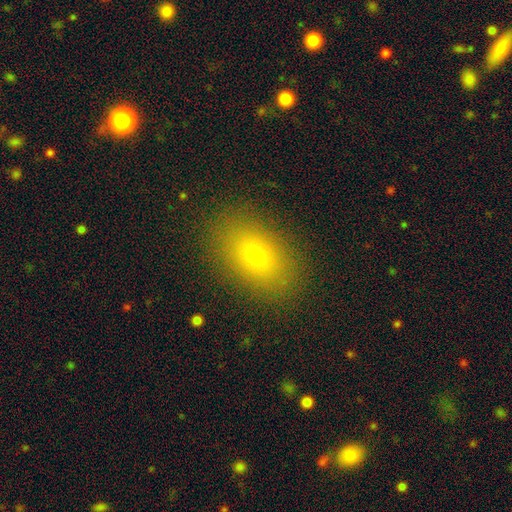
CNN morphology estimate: This is likely a smooth galaxy (69%). How rounded: likely in between (75%). Merging: clearly none (87%).